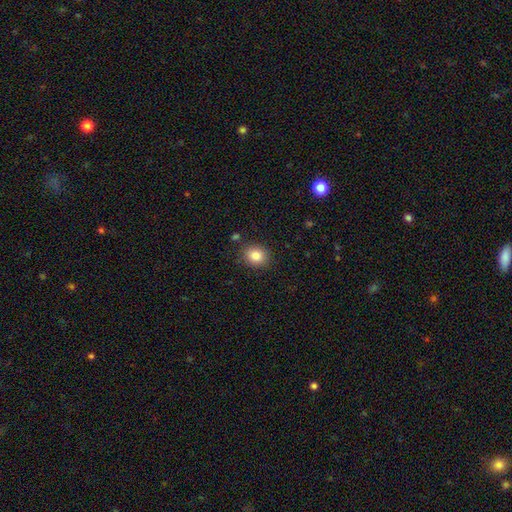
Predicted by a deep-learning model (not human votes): This appears to be a smooth galaxy with no disk features (84%) that is round (66%). Merging: none (86%).